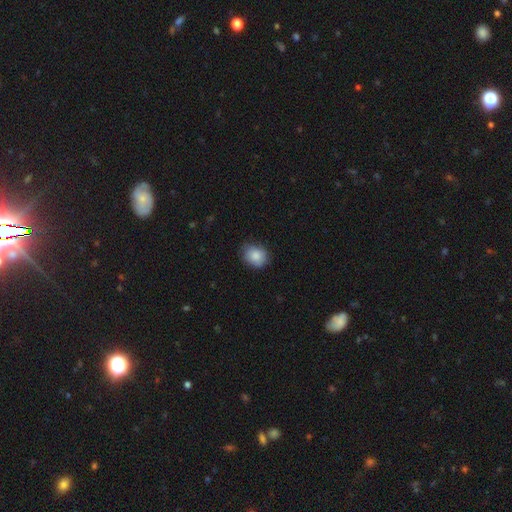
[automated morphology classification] Smooth or featured: smooth — 86% (star or artifact — 7%)
How rounded: round — 56% (in between — 43%)
Merging: none — 74% (minor disturbance — 21%)